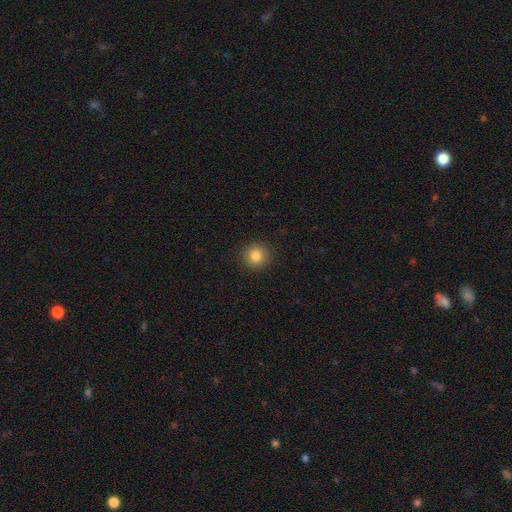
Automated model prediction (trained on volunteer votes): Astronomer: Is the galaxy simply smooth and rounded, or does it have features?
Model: smooth — 84%.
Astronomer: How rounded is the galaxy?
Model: round — 93%.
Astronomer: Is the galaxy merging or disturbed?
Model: none — 91%.